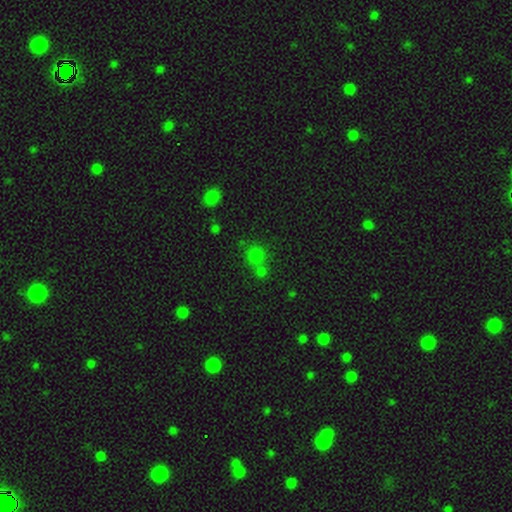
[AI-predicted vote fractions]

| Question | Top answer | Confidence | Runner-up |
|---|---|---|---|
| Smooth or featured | smooth | 73% | star or artifact (21%) |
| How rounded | round | 88% | in between (11%) |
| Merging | none | 57% | merger (32%) |